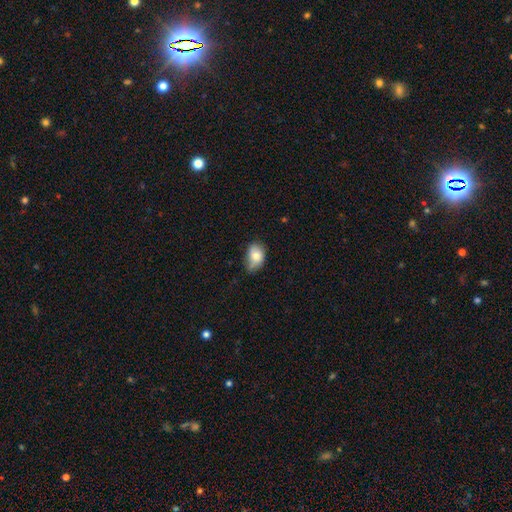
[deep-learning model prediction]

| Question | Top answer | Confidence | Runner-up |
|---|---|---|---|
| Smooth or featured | smooth | 78% | featured or disk (13%) |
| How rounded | in between | 75% | round (24%) |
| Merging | none | 47% | minor disturbance (40%) |